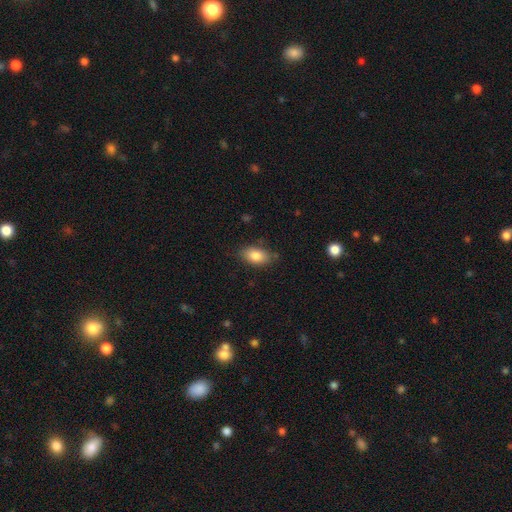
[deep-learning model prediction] Smooth or featured: smooth — 84% (featured or disk — 9%)
How rounded: in between — 90% (round — 7%)
Merging: none — 77% (minor disturbance — 17%)